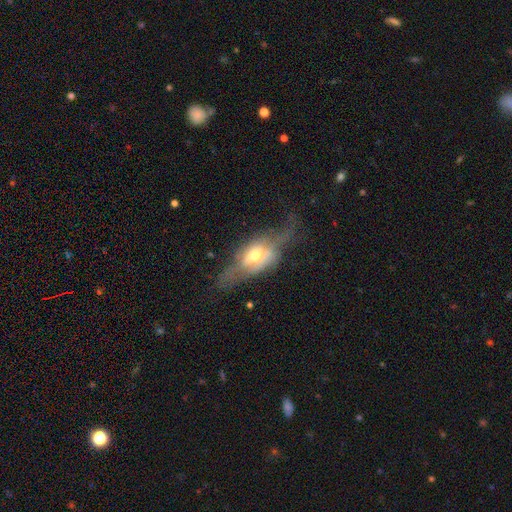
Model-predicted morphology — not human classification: Q: Smooth or featured?
A: featured or disk (61%); runner-up: smooth (32%)
Q: Edge-on disk?
A: yes (59%); runner-up: no (41%)
Q: Merging?
A: none (38%); runner-up: major disturbance (34%)